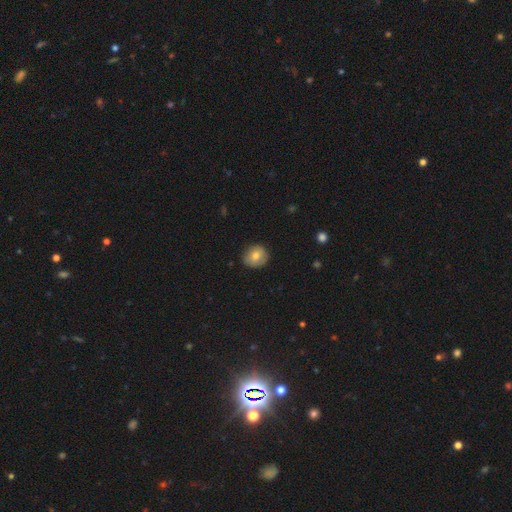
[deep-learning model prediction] The model was most divided on "smooth or featured": smooth: 74%, featured or disk: 18%, star or artifact: 8%. More confident: merging — none (80%); how rounded — round (79%).